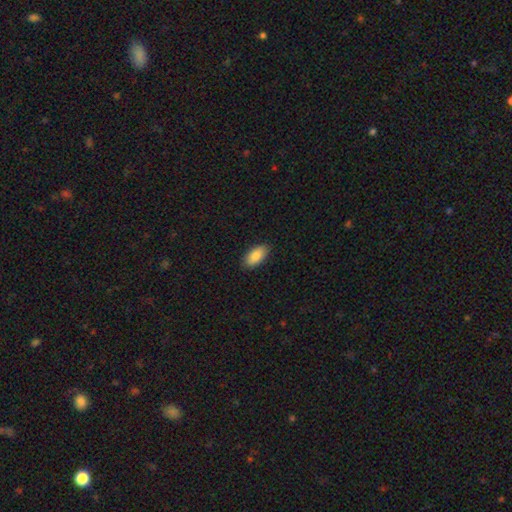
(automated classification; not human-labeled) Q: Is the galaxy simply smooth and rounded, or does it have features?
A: smooth — 87%.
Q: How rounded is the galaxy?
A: in between — 92%.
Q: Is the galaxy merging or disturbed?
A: none — 88%.